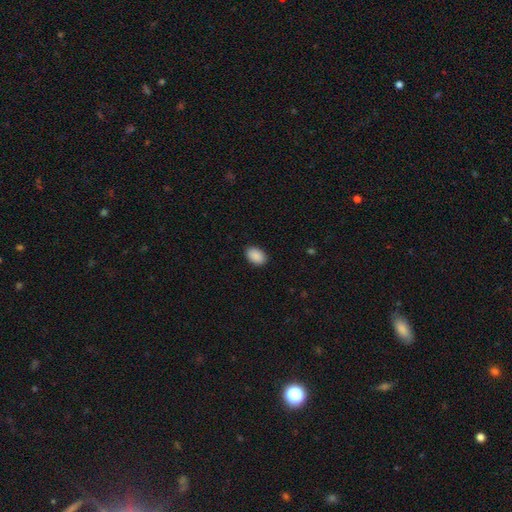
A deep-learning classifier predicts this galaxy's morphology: Smooth or featured? Predicted: smooth (p=0.91). How rounded? Predicted: in between (p=0.89). Merging? Predicted: none (p=0.89).